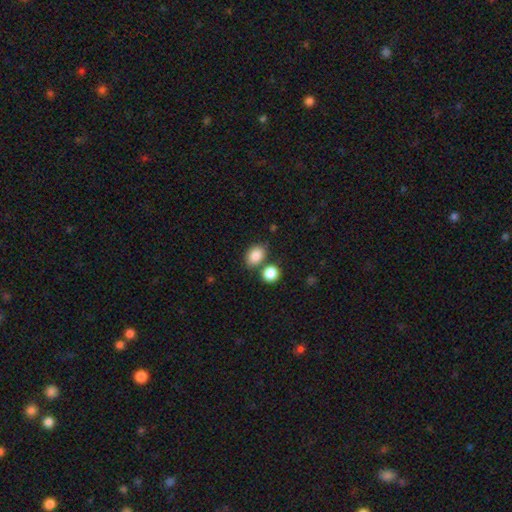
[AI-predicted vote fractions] Smooth or featured?
  - smooth: 86% *
  - star or artifact: 8%
  - featured or disk: 6%
How rounded?
  - in between: 68% *
  - round: 31%
  - cigar-shaped: 1%
Merging?
  - none: 63% *
  - merger: 21%
  - minor disturbance: 12%
  - major disturbance: 4%